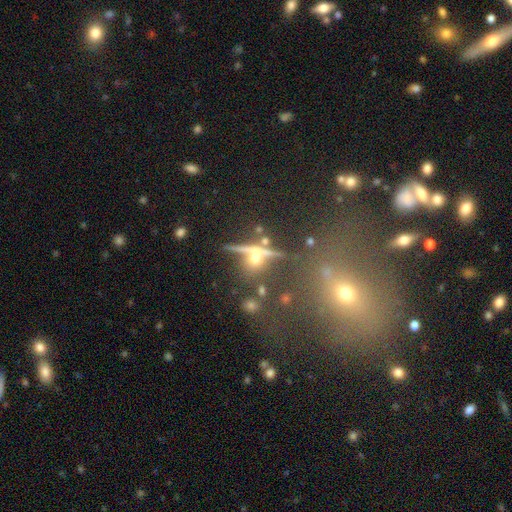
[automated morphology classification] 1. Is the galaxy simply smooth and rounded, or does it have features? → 40% featured or disk, 31% star or artifact, 28% smooth.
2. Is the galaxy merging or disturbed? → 65% none, 14% merger, 13% minor disturbance, 8% major disturbance.